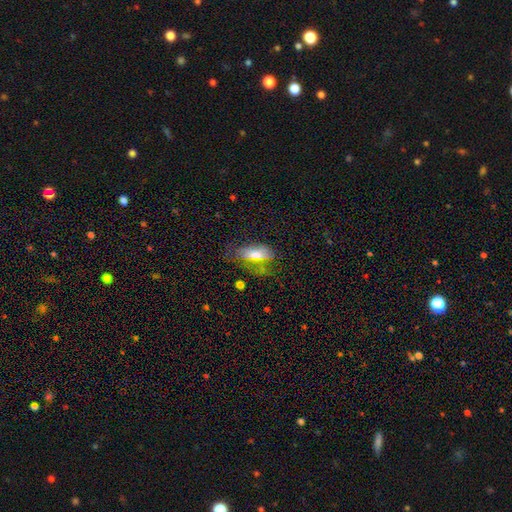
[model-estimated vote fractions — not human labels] Smooth or featured? Predicted: smooth (p=0.56). How rounded? Predicted: in between (p=0.72). Merging? Predicted: none (p=0.50).